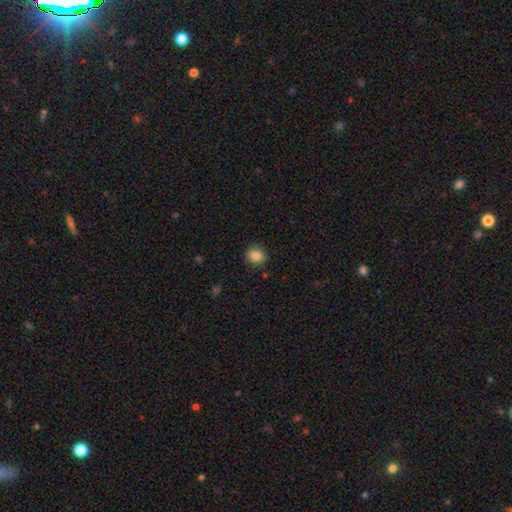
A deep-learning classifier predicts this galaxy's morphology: This is clearly a smooth galaxy (85%). How rounded: likely round (79%). Merging: clearly none (88%).